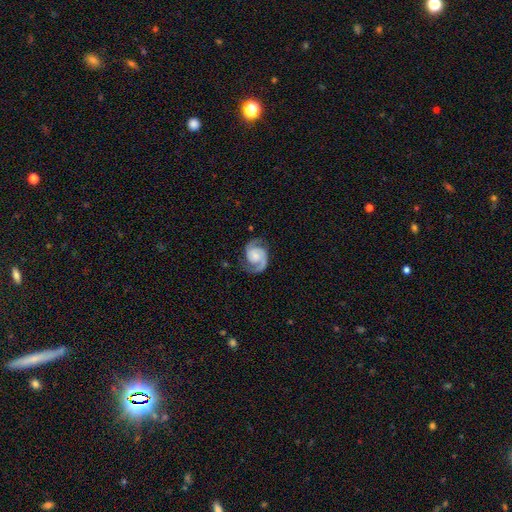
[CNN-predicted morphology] A featured or disk galaxy (91%) with no bar (65%), 2 (93%) medium (52%) spiral arms (98%) and a small central bulge (39%).

Vote fractions:
- Smooth or featured? featured or disk: 91% / smooth: 5% / star or artifact: 4%
- Edge-on disk? no: 98% / yes: 2%
- Bar? no: 65% / weak: 28% / strong: 7%
- Spiral arms? yes: 98% / no: 2%
- Spiral winding? medium: 52% / tight: 36% / loose: 11%
- Spiral arm count? 2: 93% / 1: 2% / can't tell: 2% / 3: 2% / 4: 1% / more than 4: 1%
- Bulge size? small: 39% / moderate: 32% / none: 19% / large: 8% / dominant: 2%
- Merging? none: 78% / minor disturbance: 15% / major disturbance: 6% / merger: 1%